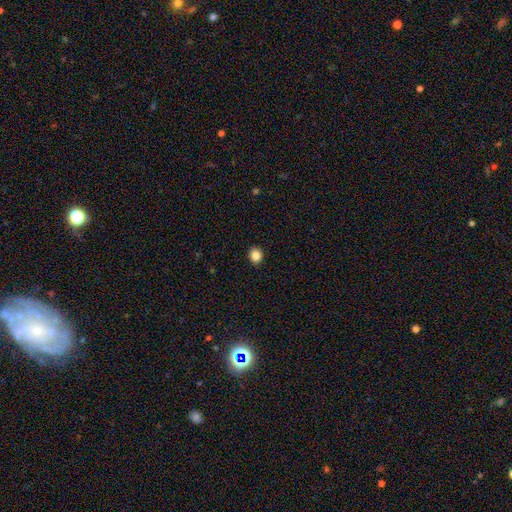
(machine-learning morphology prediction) This is clearly a smooth galaxy (85%). How rounded: likely round (72%). Merging: clearly none (91%).